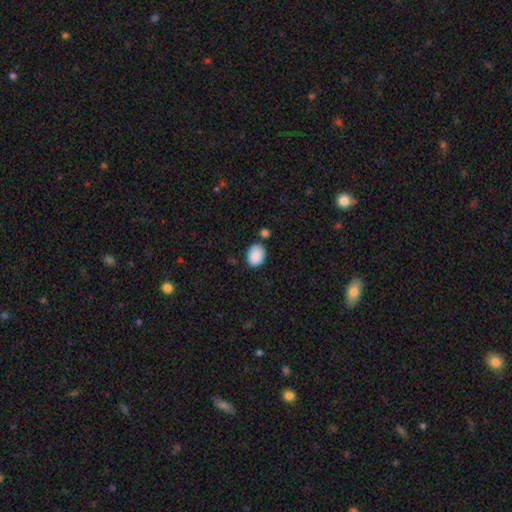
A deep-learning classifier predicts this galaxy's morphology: smooth-or-featured: smooth: 89% | star or artifact: 7% | featured or disk: 3%
  how-rounded: in between: 70% | round: 29% | cigar-shaped: 1%
  merging: none: 76% | minor disturbance: 14% | merger: 7% | major disturbance: 3%